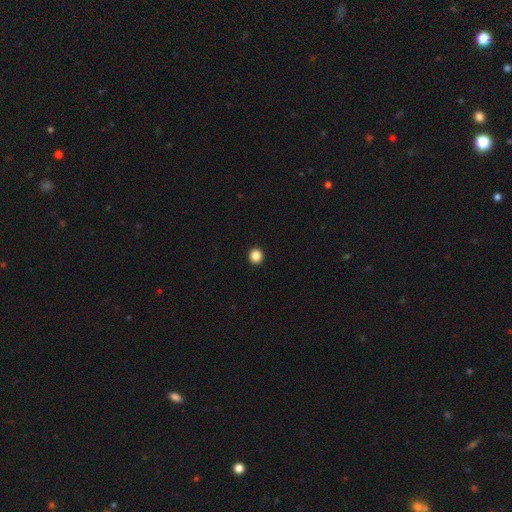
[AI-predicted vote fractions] Smooth or featured? smooth (87%)
How rounded? round (94%)
Merging? none (94%)